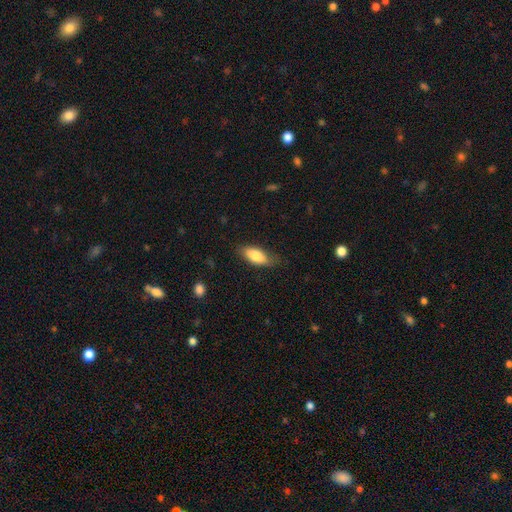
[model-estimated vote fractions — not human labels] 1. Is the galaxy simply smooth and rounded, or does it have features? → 80% smooth, 14% featured or disk, 6% star or artifact.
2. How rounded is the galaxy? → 82% in between, 15% cigar-shaped, 3% round.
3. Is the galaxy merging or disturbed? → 72% none, 22% minor disturbance, 5% major disturbance, 1% merger.